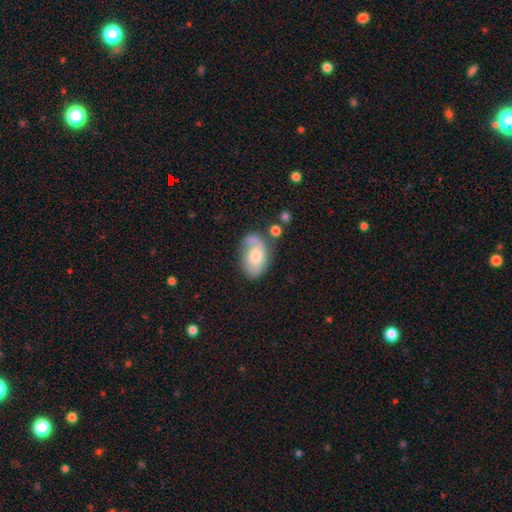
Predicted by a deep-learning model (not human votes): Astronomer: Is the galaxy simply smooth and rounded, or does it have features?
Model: smooth — 53% (runner-up: featured or disk, 40%).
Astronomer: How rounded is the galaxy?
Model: in between — 89%.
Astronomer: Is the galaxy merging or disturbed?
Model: none — 54%.